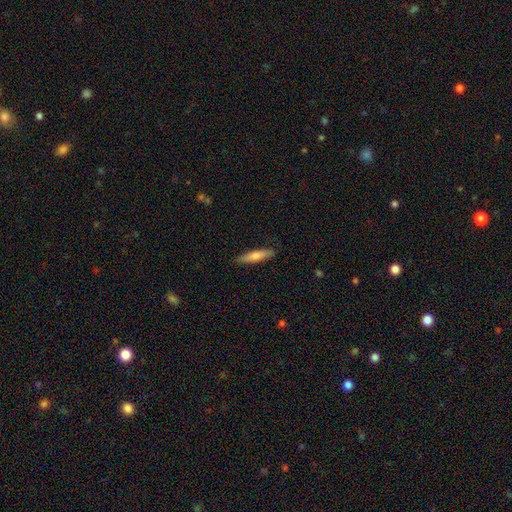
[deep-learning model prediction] Q: Smooth or featured?
A: smooth (71%); runner-up: featured or disk (23%)
Q: How rounded?
A: cigar-shaped (84%); runner-up: in between (14%)
Q: Merging?
A: none (88%); runner-up: minor disturbance (9%)